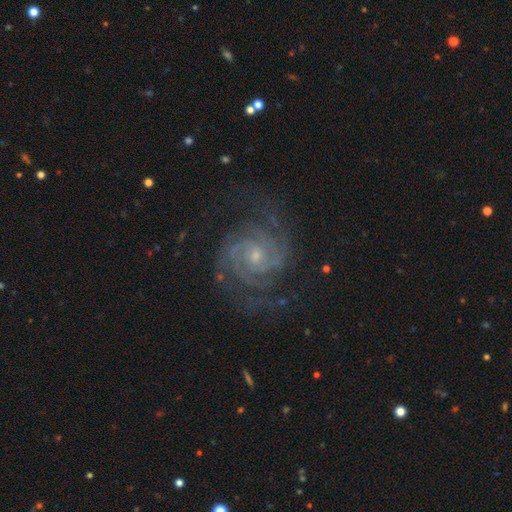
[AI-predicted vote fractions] smooth_or_featured: featured or disk (p=0.91) [alt: star or artifact p=0.05]
disk_edge_on: no (p=0.98) [alt: yes p=0.02]
bar: no (p=0.62) [alt: weak p=0.31]
has_spiral_arms: yes (p=0.98) [alt: no p=0.02]
spiral_winding: tight (p=0.61) [alt: medium p=0.34]
spiral_arm_count: 2 (p=0.69) [alt: 3 p=0.11]
bulge_size: small (p=0.70) [alt: moderate p=0.25]
merging: none (p=0.74) [alt: minor disturbance p=0.15]